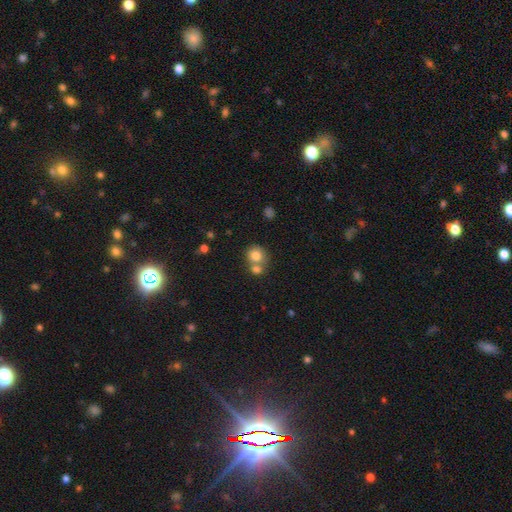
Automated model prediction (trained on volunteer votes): A smooth galaxy with no disk features (79%) that is round (79%). Merging: merger (46%).